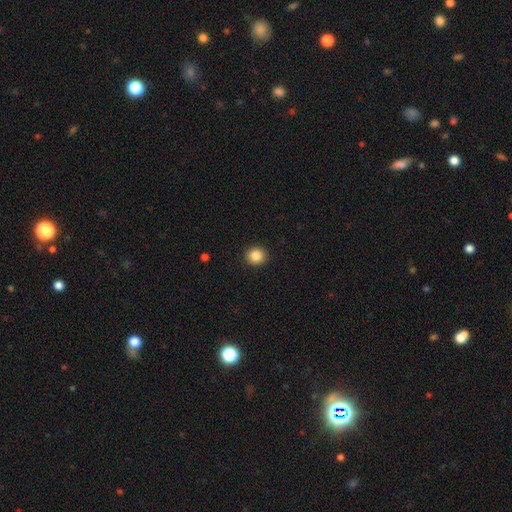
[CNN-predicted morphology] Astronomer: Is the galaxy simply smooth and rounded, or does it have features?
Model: smooth — 87%.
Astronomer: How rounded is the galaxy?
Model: round — 91%.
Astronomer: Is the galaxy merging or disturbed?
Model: none — 92%.